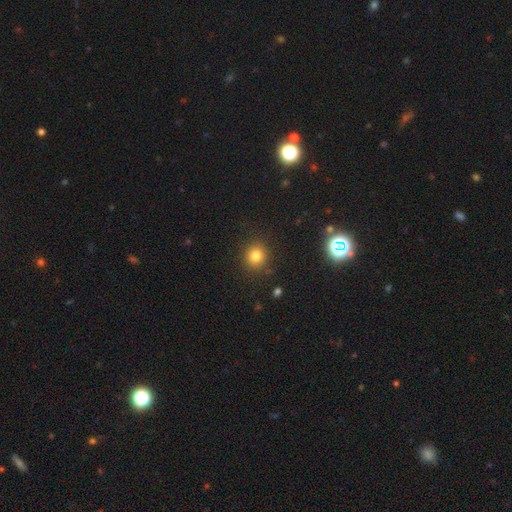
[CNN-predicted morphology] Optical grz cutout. It shows a smooth galaxy with no disk features (81%) that is round (87%). Merging: none (88%).